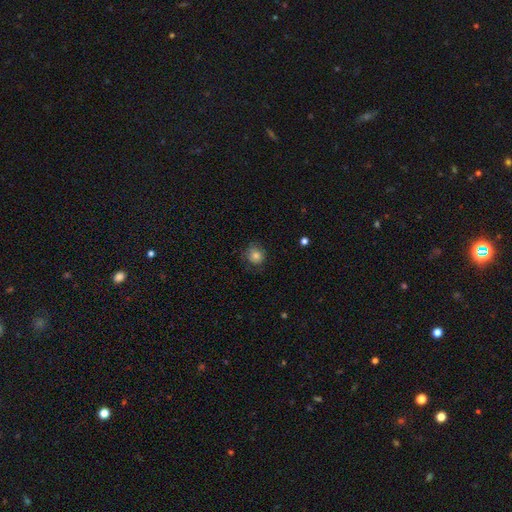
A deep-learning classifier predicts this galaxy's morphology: Smooth or featured?
  - smooth: 80% *
  - star or artifact: 10%
  - featured or disk: 10%
How rounded?
  - round: 84% *
  - in between: 15%
  - cigar-shaped: 1%
Merging?
  - none: 73% *
  - minor disturbance: 19%
  - major disturbance: 7%
  - merger: 1%